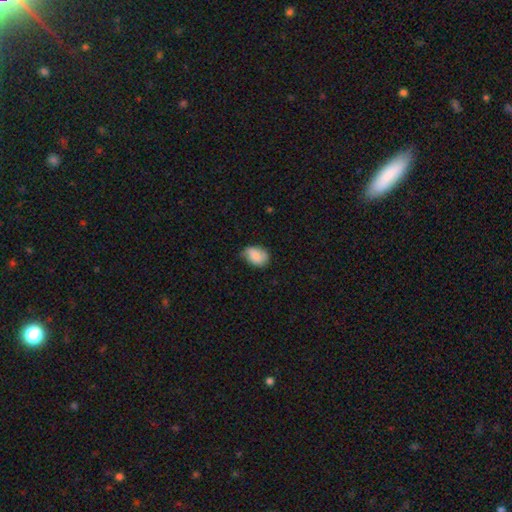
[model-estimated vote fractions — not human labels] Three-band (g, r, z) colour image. It shows a smooth galaxy with no disk features (75%) that is in between round and cigar-shaped (77%). Merging: none (52%).